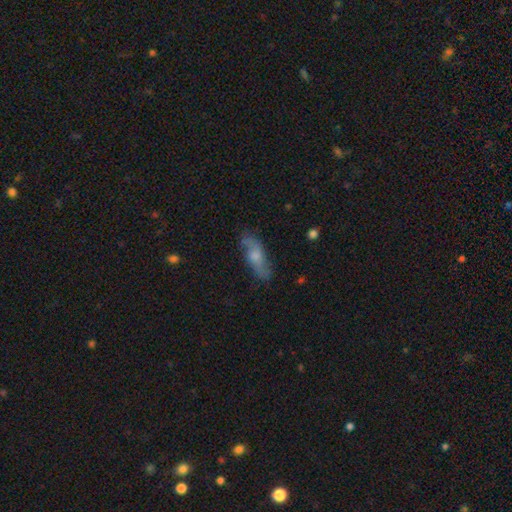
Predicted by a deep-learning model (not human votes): smooth-or-featured: featured or disk: 52% | smooth: 41% | star or artifact: 7%
  disk-edge-on: no: 72% | yes: 28%
  merging: none: 76% | minor disturbance: 18% | major disturbance: 5% | merger: 2%